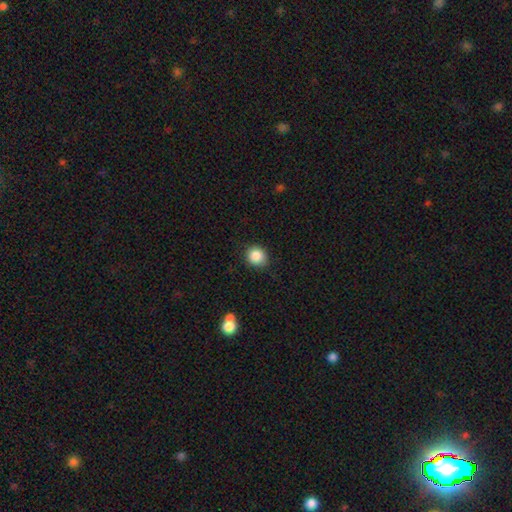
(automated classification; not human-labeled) This is clearly a smooth galaxy (86%). How rounded: clearly round (82%). Merging: clearly none (80%).